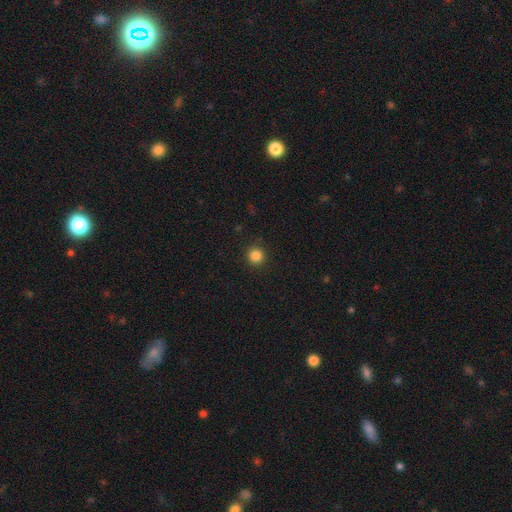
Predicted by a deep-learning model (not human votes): Smooth or featured: smooth — 84% (star or artifact — 12%)
How rounded: round — 94% (in between — 5%)
Merging: none — 92% (minor disturbance — 5%)